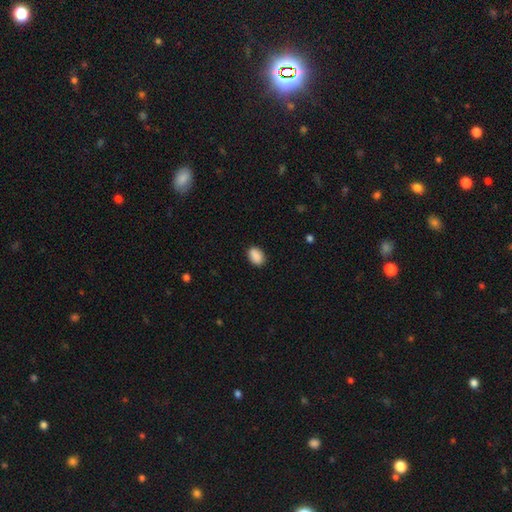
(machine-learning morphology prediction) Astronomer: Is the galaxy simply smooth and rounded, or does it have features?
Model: smooth — 90%.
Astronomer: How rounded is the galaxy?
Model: in between — 84%.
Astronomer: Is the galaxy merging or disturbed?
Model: none — 88%.